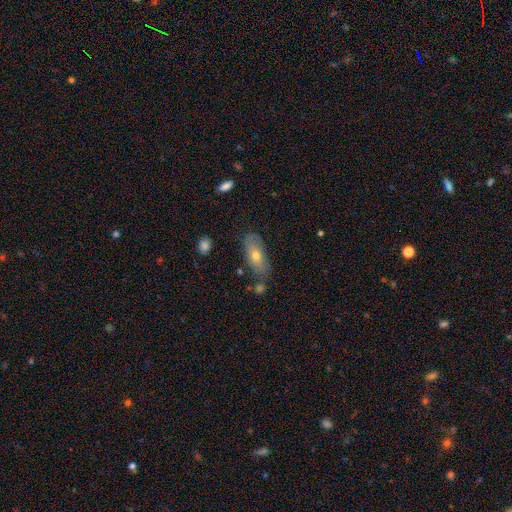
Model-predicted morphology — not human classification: Smooth or featured?
  - smooth: 56% *
  - featured or disk: 35%
  - star or artifact: 9%
How rounded?
  - in between: 79% *
  - cigar-shaped: 17%
  - round: 4%
Merging?
  - none: 69% *
  - minor disturbance: 20%
  - merger: 6%
  - major disturbance: 5%